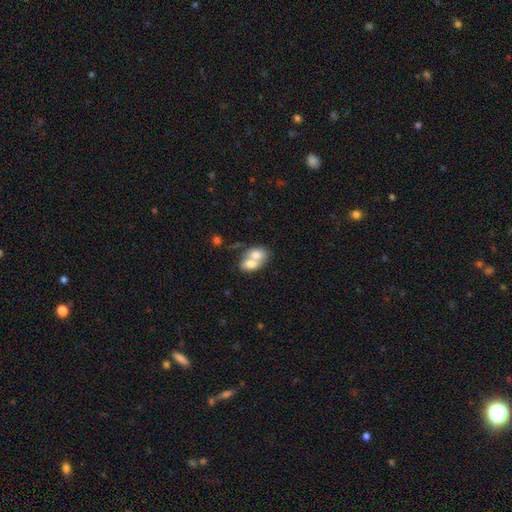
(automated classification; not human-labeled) Morphology: type=smooth (69%); roundness=in between (74%); merging=merger (76%).